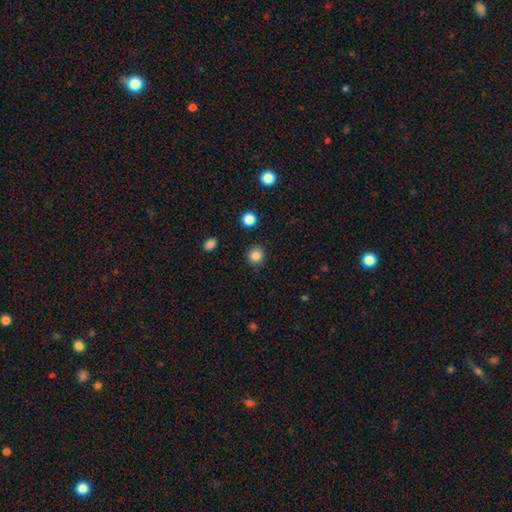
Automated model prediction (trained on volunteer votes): Morphology: type=smooth (85%); roundness=round (93%); merging=none (92%).